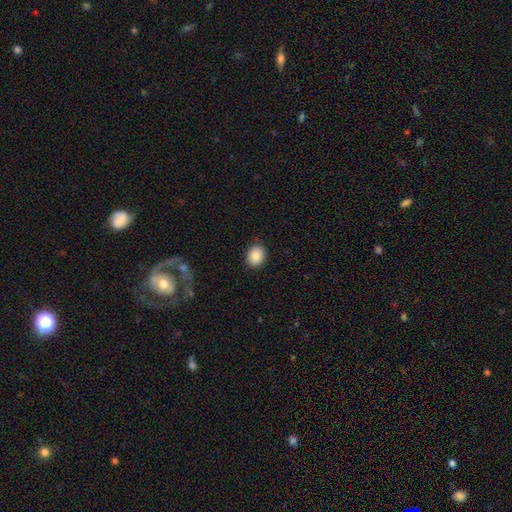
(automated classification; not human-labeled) smooth_or_featured: smooth (p=0.88) [alt: star or artifact p=0.08]
how_rounded: round (p=0.50) [alt: in between p=0.49]
merging: none (p=0.89) [alt: minor disturbance p=0.07]